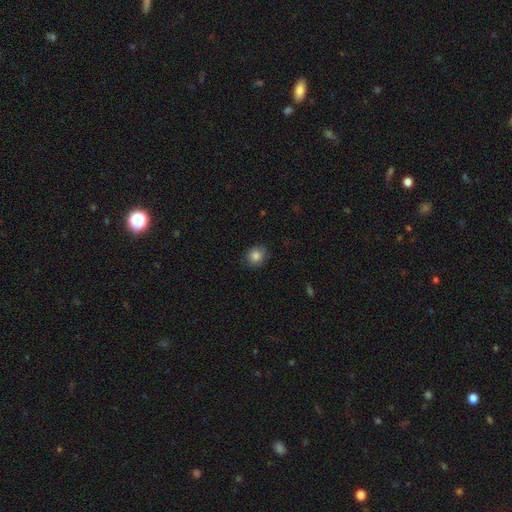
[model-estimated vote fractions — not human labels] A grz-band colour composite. It shows a smooth galaxy with no disk features (84%) that is round (72%). Merging: none (81%).